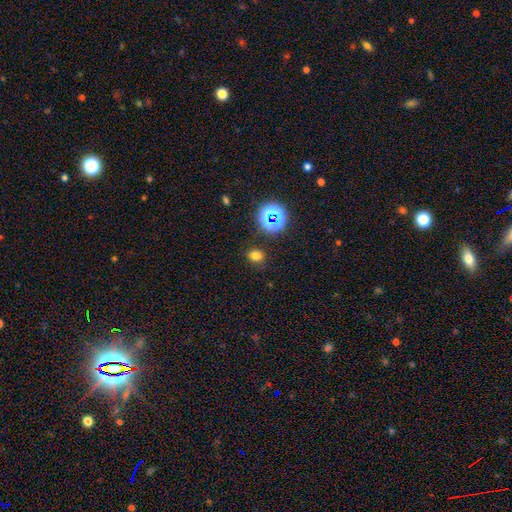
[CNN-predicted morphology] Overall: smooth (70%). How rounded: round (53%; in between 46%). Merging: none (84%).